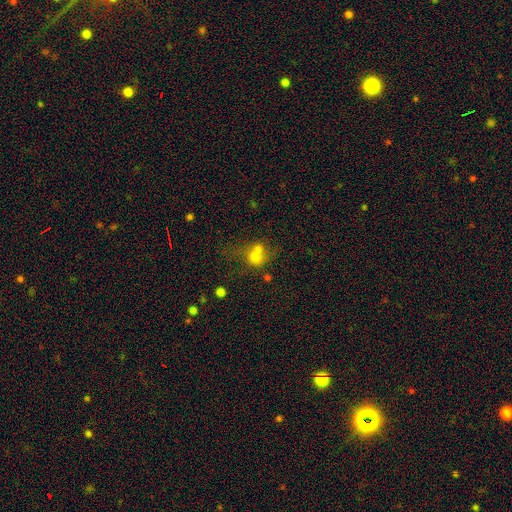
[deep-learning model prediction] A smooth galaxy with no disk features (68%) that is round (74%). Merging: merger (56%).